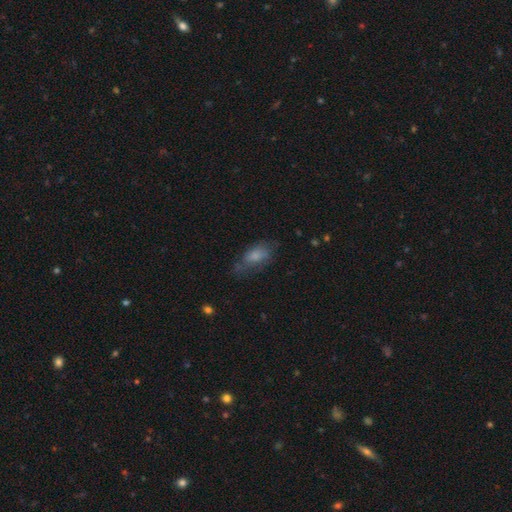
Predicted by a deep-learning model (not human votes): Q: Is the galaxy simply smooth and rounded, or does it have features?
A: smooth — 70%.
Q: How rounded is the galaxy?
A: in between — 86%.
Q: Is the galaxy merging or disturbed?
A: none — 51%.